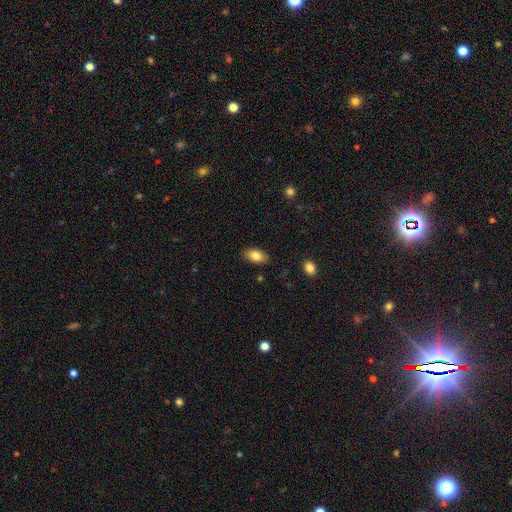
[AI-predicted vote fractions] Smooth or featured? smooth (82%)
How rounded? in between (92%)
Merging? none (87%)